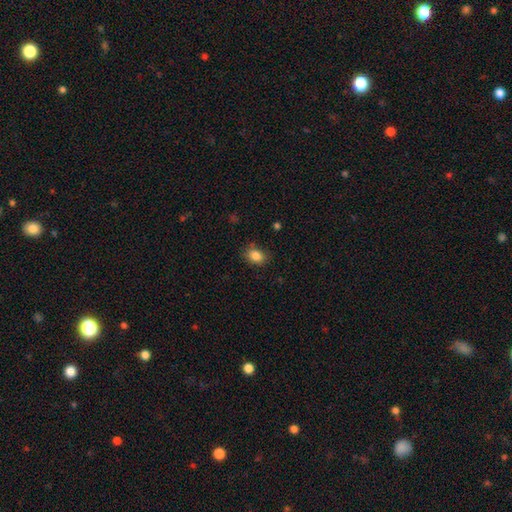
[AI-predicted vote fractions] Smooth or featured? Predicted: smooth (p=0.85). How rounded? Predicted: in between (p=0.62). Merging? Predicted: none (p=0.78).